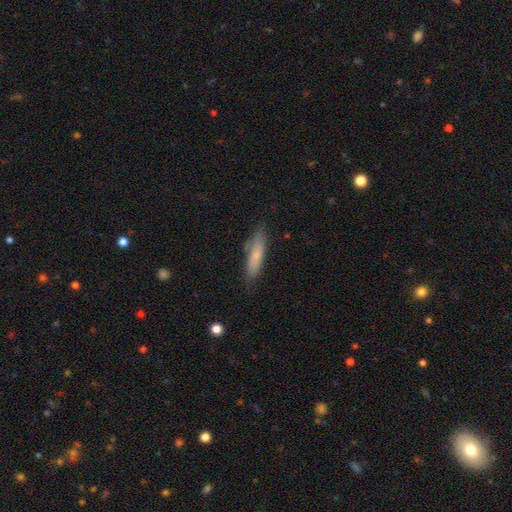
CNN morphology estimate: smooth 69%, featured or disk 25%, star or artifact 6%. Down the decision tree: how rounded — cigar-shaped (78%); merging — none (77%).